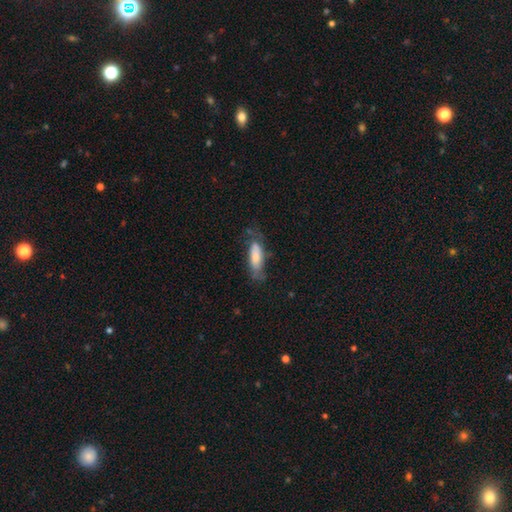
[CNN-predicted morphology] type=smooth (69%); roundness=in between (61%); merging=none (51%).